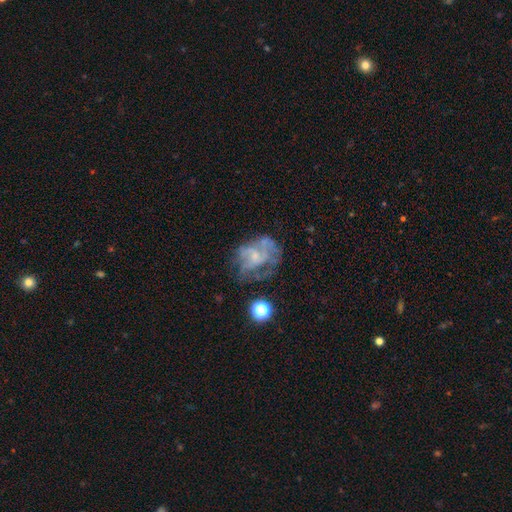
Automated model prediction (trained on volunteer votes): Morphology: type=featured or disk (65%); edge-on=no (98%); bar=no (76%); spiral arms=no (51%); bulge=small (47%); merging=none (41%).